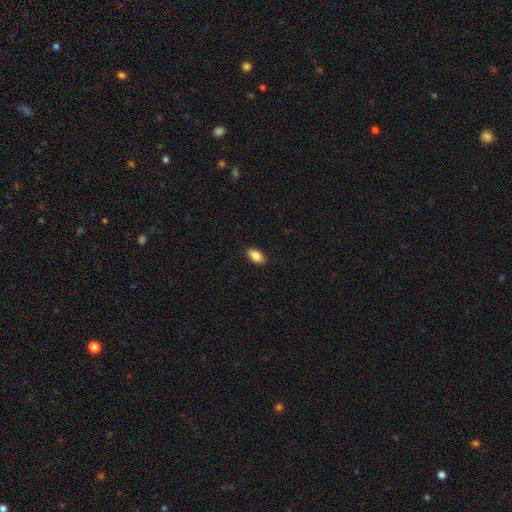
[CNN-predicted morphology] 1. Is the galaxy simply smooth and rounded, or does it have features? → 85% smooth, 9% featured or disk, 7% star or artifact.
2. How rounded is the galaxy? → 91% in between, 5% cigar-shaped, 3% round.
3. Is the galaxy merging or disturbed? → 89% none, 9% minor disturbance, 2% major disturbance, 1% merger.